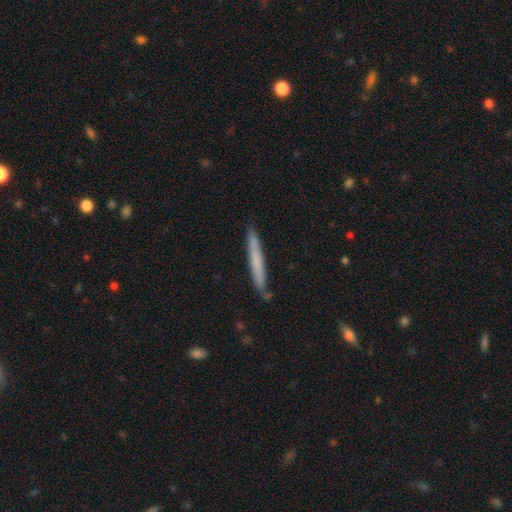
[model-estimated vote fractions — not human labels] A smooth galaxy with no disk features (62%) that is cigar-shaped (96%).

Vote fractions:
- Smooth or featured? smooth: 62% / featured or disk: 32% / star or artifact: 6%
- How rounded? cigar-shaped: 96% / in between: 2% / round: 1%
- Merging? none: 85% / minor disturbance: 12% / major disturbance: 2% / merger: 2%